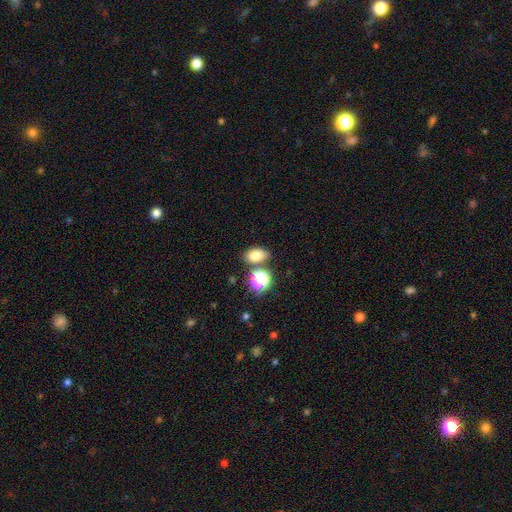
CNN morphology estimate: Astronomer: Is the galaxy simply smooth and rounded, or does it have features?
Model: smooth — 76%.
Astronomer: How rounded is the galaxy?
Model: in between — 75%.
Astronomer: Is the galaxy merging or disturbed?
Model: none — 71%.